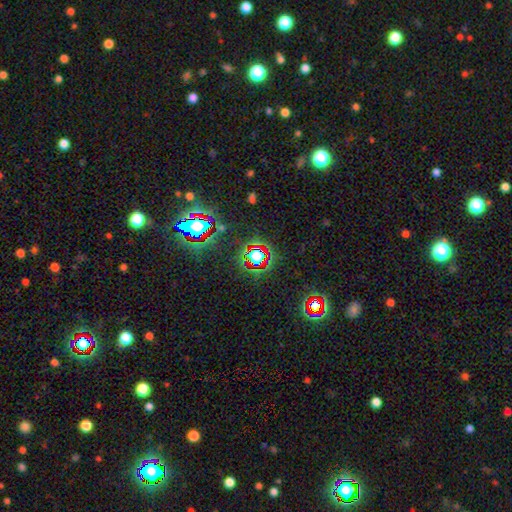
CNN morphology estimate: A star or artifact, not a galaxy (69%).

Vote fractions:
- Smooth or featured? star or artifact: 69% / smooth: 18% / featured or disk: 13%